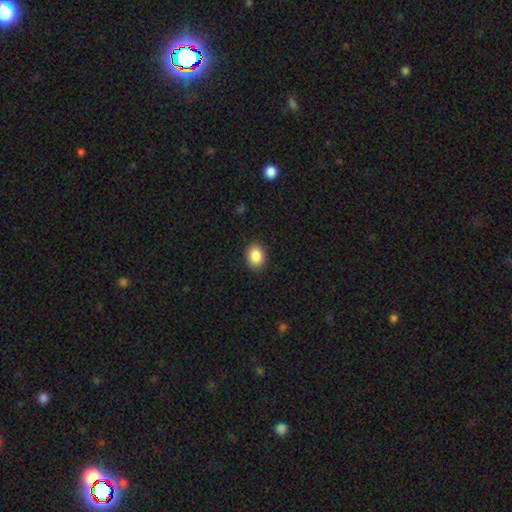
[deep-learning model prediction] This appears to be a smooth galaxy with no disk features (87%) that is in between round and cigar-shaped (63%). Merging: none (89%).